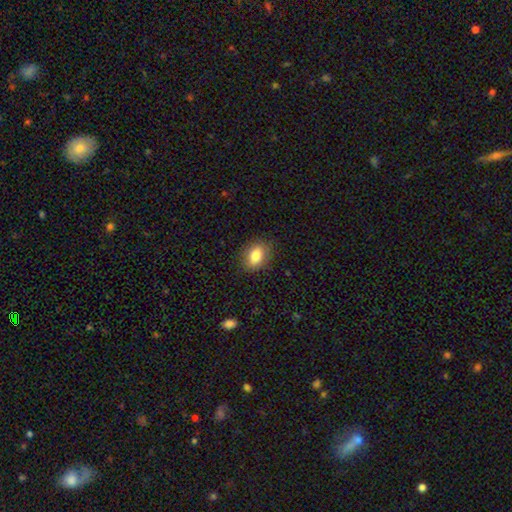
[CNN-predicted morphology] A smooth galaxy with no disk features (81%) that is in between round and cigar-shaped (77%).

Vote fractions:
- Smooth or featured? smooth: 81% / featured or disk: 10% / star or artifact: 9%
- How rounded? in between: 77% / round: 21% / cigar-shaped: 2%
- Merging? none: 83% / minor disturbance: 13% / major disturbance: 3% / merger: 1%